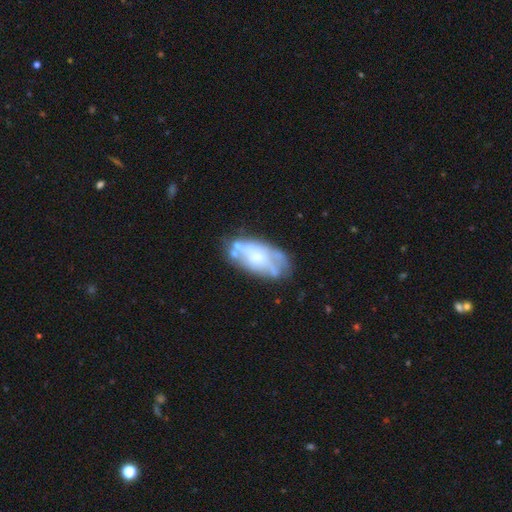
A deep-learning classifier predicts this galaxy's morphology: A featured or disk galaxy (61%) with no bar (76%), no spiral arms (62%) and a small central bulge (43%). Merging: none (53%).